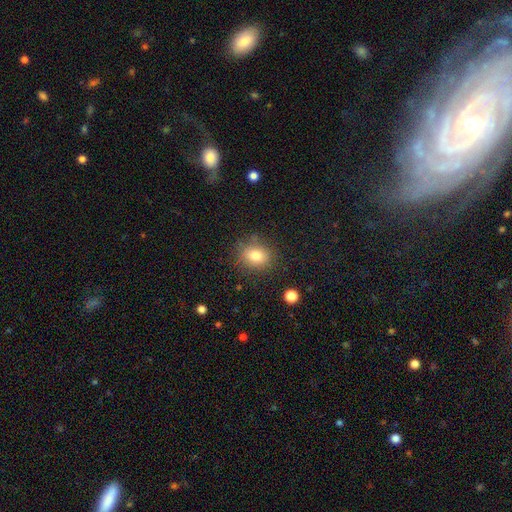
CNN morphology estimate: This appears to be a smooth galaxy with no disk features (78%) that is round (60%). Merging: none (82%).